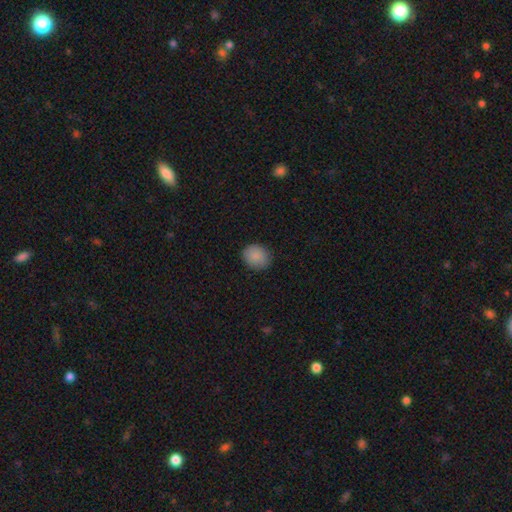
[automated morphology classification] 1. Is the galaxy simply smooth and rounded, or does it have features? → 88% smooth, 8% star or artifact, 4% featured or disk.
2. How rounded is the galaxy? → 68% round, 31% in between, 1% cigar-shaped.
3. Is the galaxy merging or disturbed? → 86% none, 11% minor disturbance, 2% major disturbance, 1% merger.